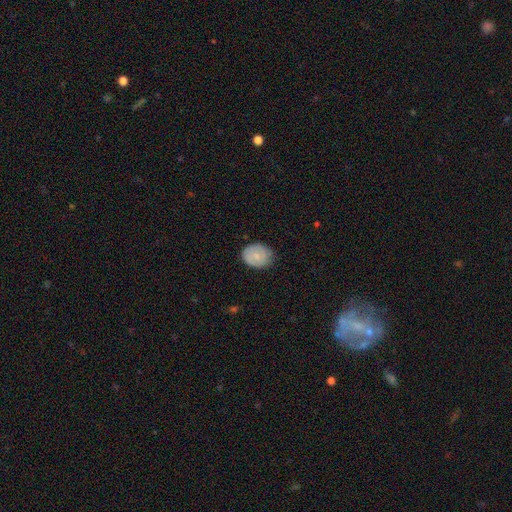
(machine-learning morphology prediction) Smooth or featured? Predicted: smooth (p=0.73). How rounded? Predicted: round (p=0.52). Merging? Predicted: none (p=0.76).